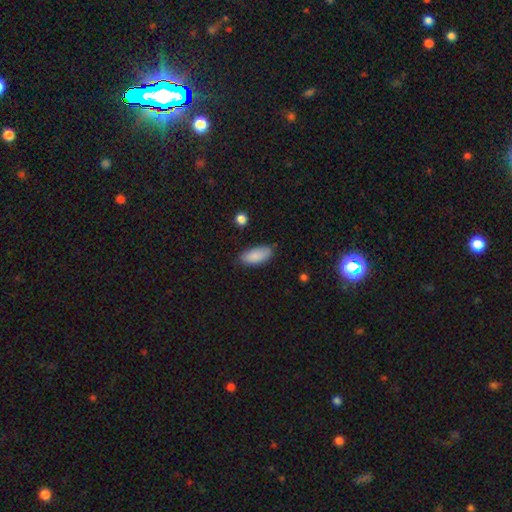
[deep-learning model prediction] Smooth or featured? Predicted: smooth (p=0.88). How rounded? Predicted: in between (p=0.88). Merging? Predicted: none (p=0.78).